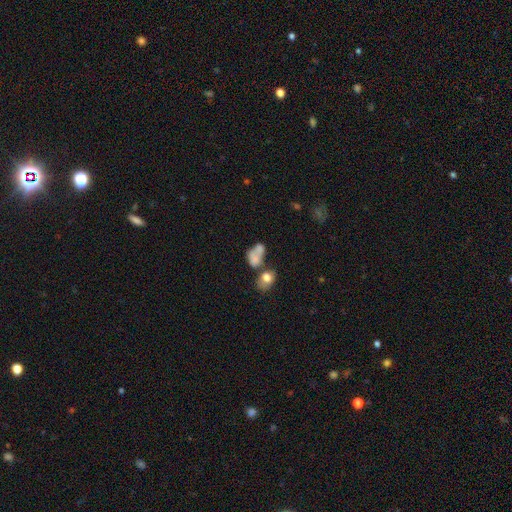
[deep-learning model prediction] Smooth or featured? smooth (68%)
How rounded? in between (73%)
Merging? merger (58%)